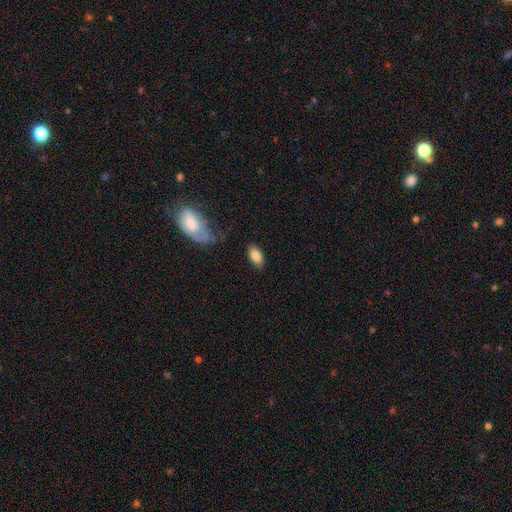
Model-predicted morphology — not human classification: Smooth or featured? Predicted: smooth (p=0.84). How rounded? Predicted: in between (p=0.93). Merging? Predicted: none (p=0.80).